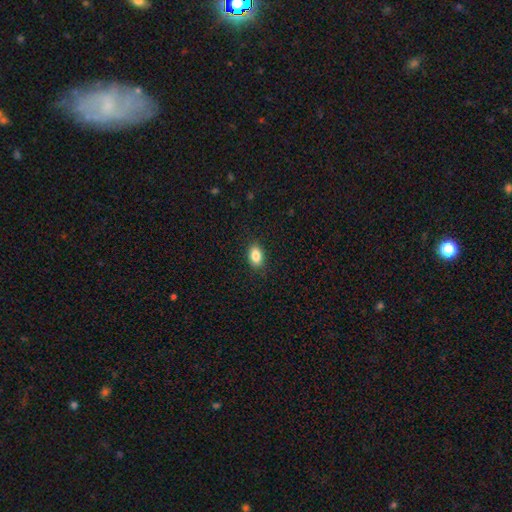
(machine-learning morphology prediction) Smooth or featured?
  - smooth: 86% *
  - star or artifact: 8%
  - featured or disk: 6%
How rounded?
  - in between: 87% *
  - round: 11%
  - cigar-shaped: 2%
Merging?
  - none: 88% *
  - minor disturbance: 9%
  - major disturbance: 2%
  - merger: 1%